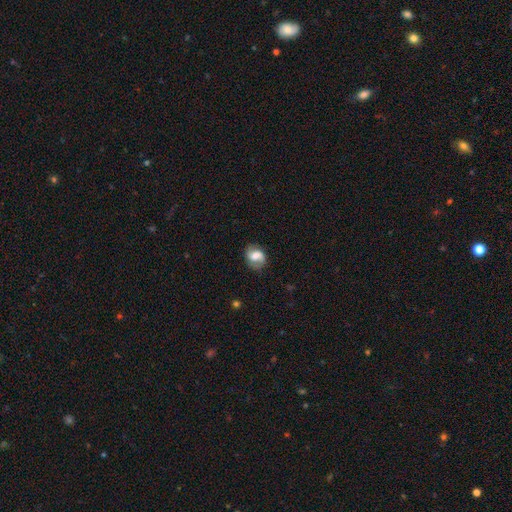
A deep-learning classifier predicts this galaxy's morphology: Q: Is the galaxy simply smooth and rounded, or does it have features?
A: featured or disk — 47%.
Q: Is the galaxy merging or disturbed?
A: none — 71%.